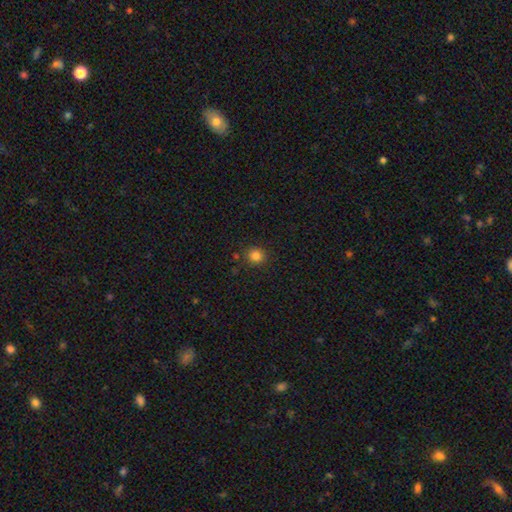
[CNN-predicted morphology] Smooth or featured: smooth — 83% (star or artifact — 13%)
How rounded: round — 90% (in between — 10%)
Merging: none — 88% (minor disturbance — 7%)